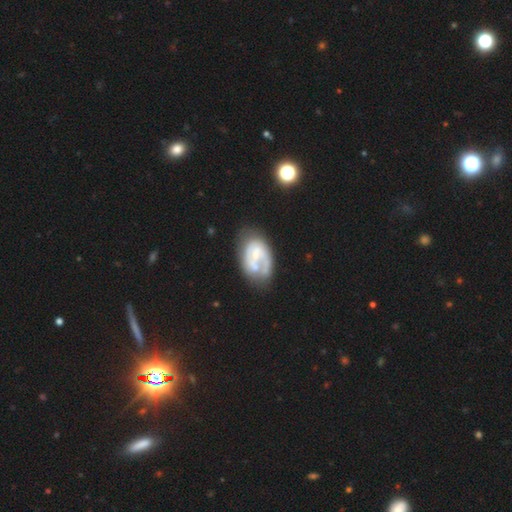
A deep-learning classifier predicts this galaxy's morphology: Q: Smooth or featured?
A: featured or disk (68%); runner-up: smooth (25%)
Q: Edge-on disk?
A: no (97%); runner-up: yes (3%)
Q: Bar?
A: no (59%); runner-up: weak (33%)
Q: Spiral arms?
A: yes (70%); runner-up: no (30%)
Q: Bulge size?
A: small (49%); runner-up: moderate (25%)
Q: Merging?
A: none (47%); runner-up: minor disturbance (25%)